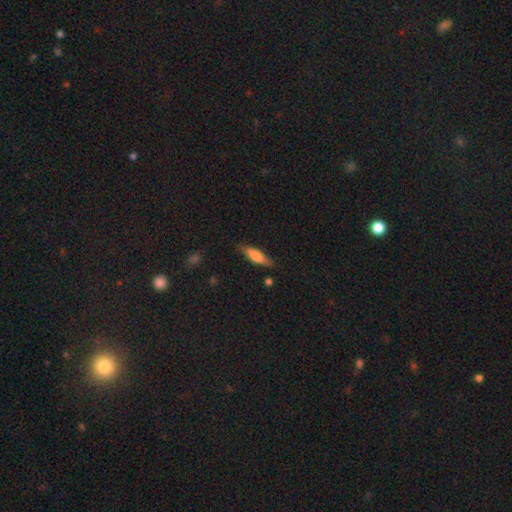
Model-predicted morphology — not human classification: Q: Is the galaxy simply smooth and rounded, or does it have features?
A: smooth — 66%.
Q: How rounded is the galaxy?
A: cigar-shaped — 58%.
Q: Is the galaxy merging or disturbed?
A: none — 80%.